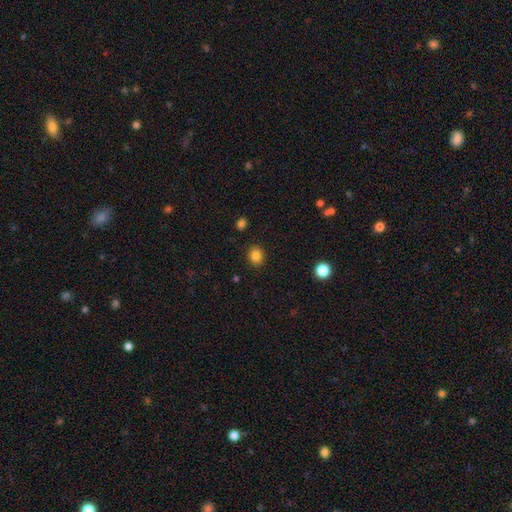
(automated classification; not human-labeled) A smooth galaxy with no disk features (84%) that is round (71%). Merging: none (89%).